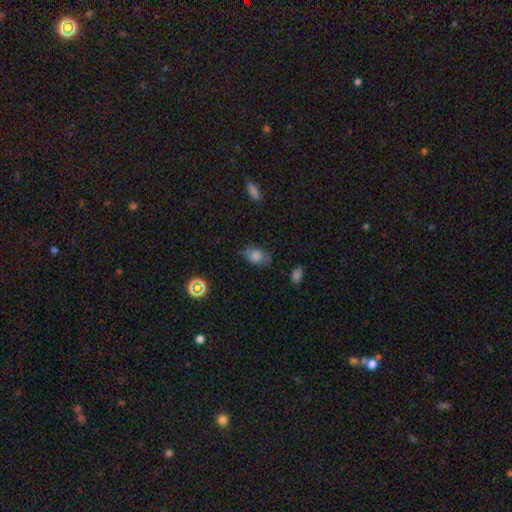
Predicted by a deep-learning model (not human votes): smooth-or-featured: smooth: 67% | featured or disk: 21% | star or artifact: 12%
  how-rounded: in between: 78% | round: 20% | cigar-shaped: 2%
  merging: none: 69% | minor disturbance: 22% | major disturbance: 7% | merger: 2%